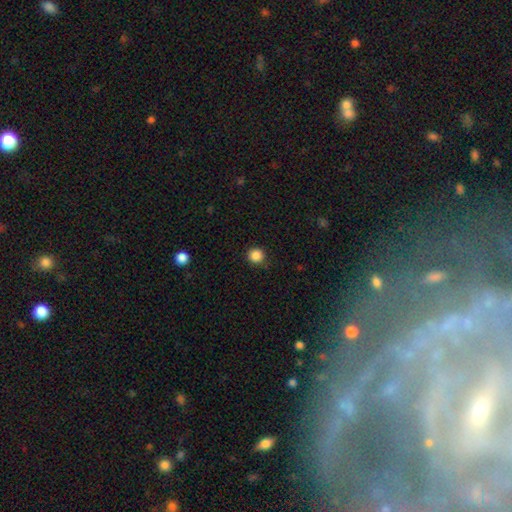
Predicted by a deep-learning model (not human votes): This appears to be a smooth galaxy with no disk features (86%) that is round (94%). Merging: none (89%).